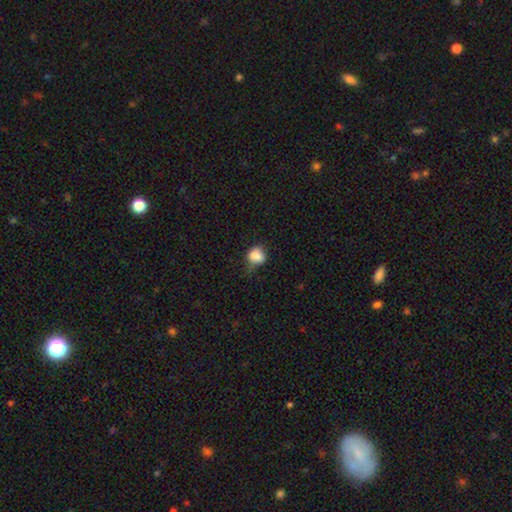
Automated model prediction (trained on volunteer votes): Q: Smooth or featured?
A: smooth (81%); runner-up: star or artifact (10%)
Q: How rounded?
A: round (54%); runner-up: in between (45%)
Q: Merging?
A: none (42%); runner-up: minor disturbance (38%)